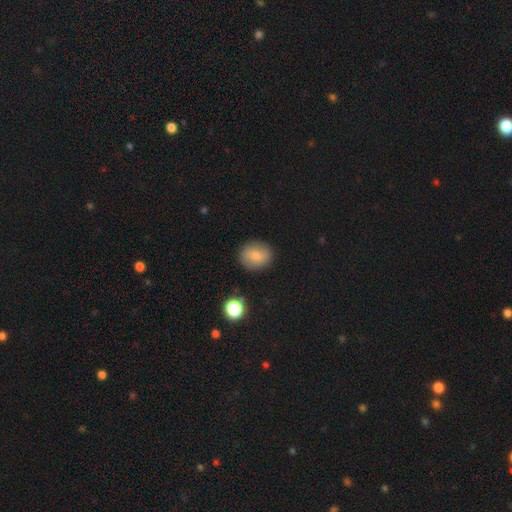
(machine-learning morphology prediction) smooth 77%, featured or disk 13%, star or artifact 10%. Down the decision tree: how rounded — round (71%); merging — none (87%).